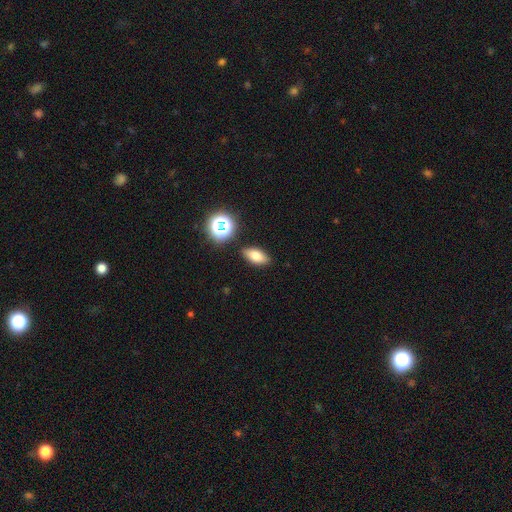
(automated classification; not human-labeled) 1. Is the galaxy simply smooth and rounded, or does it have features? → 75% smooth, 13% star or artifact, 12% featured or disk.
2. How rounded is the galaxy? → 83% in between, 9% round, 8% cigar-shaped.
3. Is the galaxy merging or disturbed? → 85% none, 9% minor disturbance, 3% merger, 2% major disturbance.